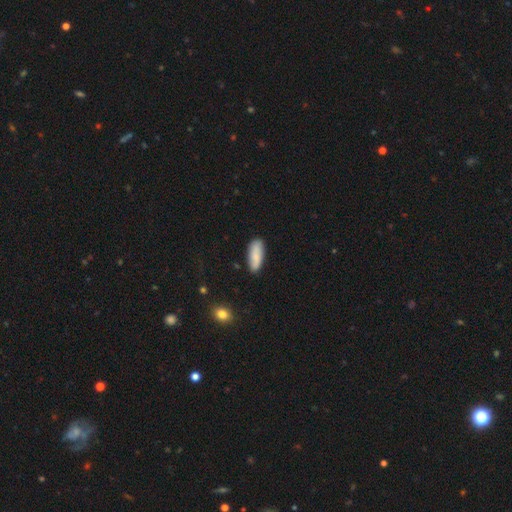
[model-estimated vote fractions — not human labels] Morphology: type=smooth (80%); roundness=in between (75%); merging=none (83%).